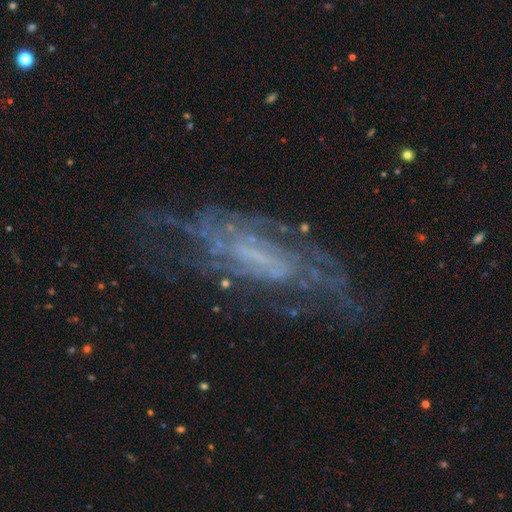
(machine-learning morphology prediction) Overall: featured or disk (77%). Edge-on disk: no (86%). Bar: no (46%; weak 38%). Spiral arms: yes (83%). Spiral arm count: can't tell (56%; 2 19%). Spiral winding: tight (47%; medium 37%). Bulge size: none (45%; small 35%). Merging: none (61%).